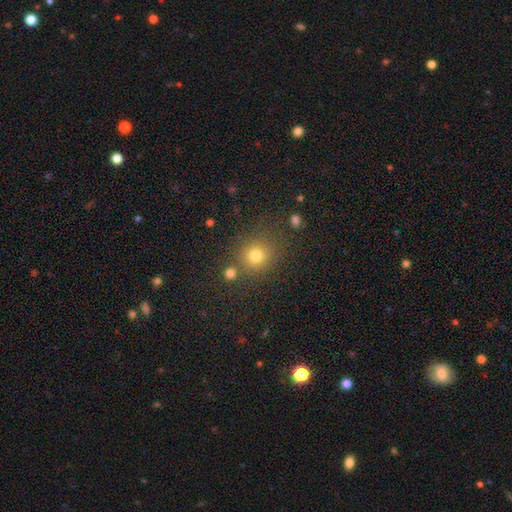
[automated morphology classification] Overall: smooth (76%). How rounded: round (86%). Merging: none (76%).